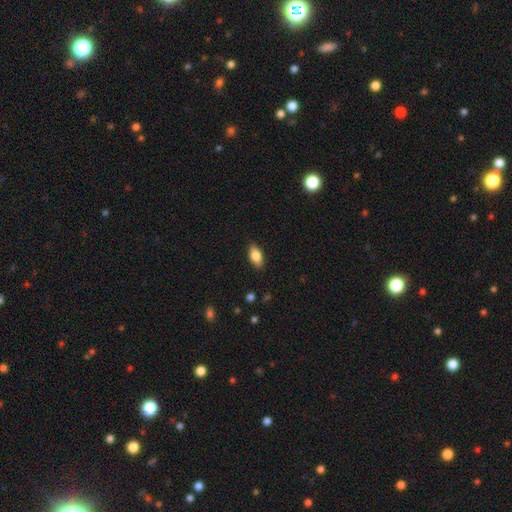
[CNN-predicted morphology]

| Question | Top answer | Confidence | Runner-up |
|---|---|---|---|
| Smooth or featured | smooth | 75% | featured or disk (18%) |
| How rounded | in between | 86% | cigar-shaped (10%) |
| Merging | none | 87% | minor disturbance (10%) |